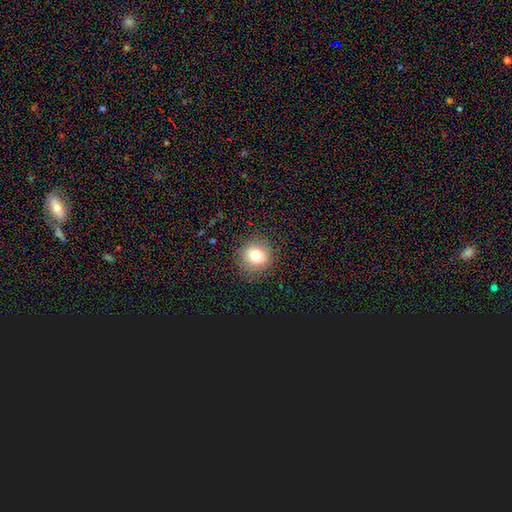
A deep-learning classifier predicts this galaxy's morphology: smooth 78%, star or artifact 13%, featured or disk 10%. Down the decision tree: how rounded — round (88%); merging — none (87%).